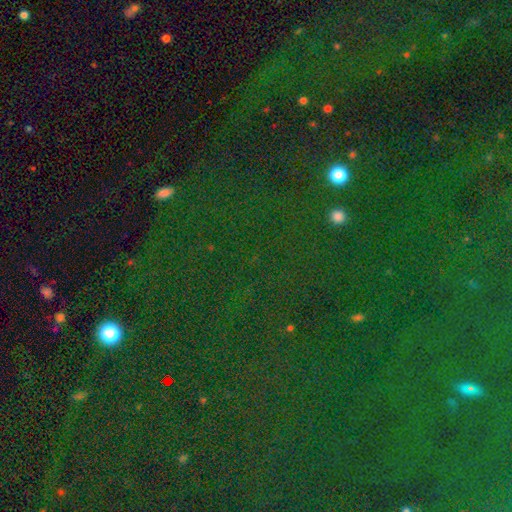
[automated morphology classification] Overall: star or artifact (82%).